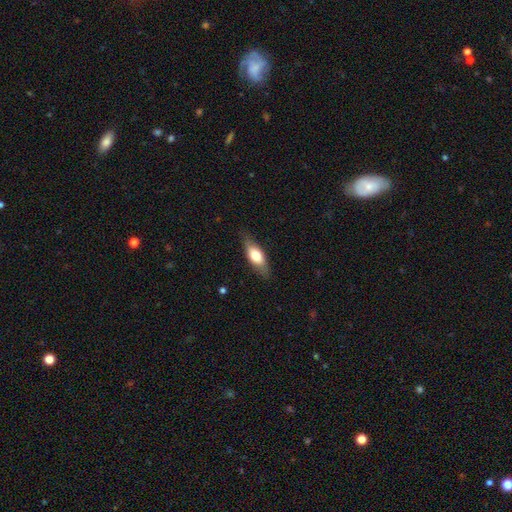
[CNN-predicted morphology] smooth 64%, featured or disk 29%, star or artifact 6%. Down the decision tree: how rounded — in between (72%); merging — none (79%).